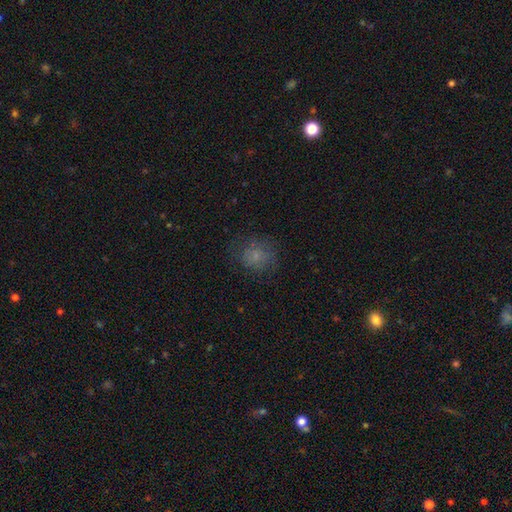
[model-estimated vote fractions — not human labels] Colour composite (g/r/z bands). It shows a smooth galaxy with no disk features (68%) that is round (76%). Merging: none (71%).